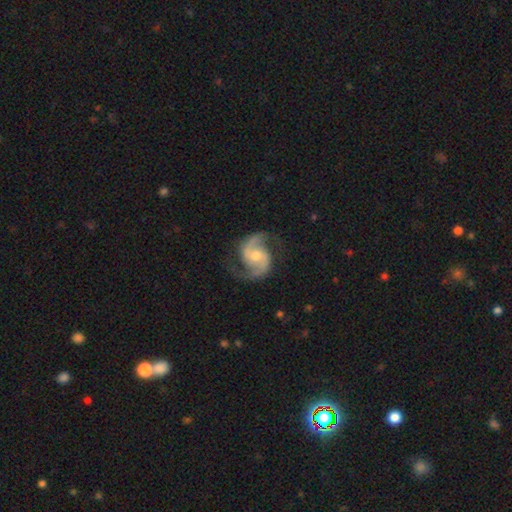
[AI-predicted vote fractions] A featured or disk galaxy (91%) with no bar (51%), 2 (94%) medium (58%) spiral arms (98%) and a moderate central bulge (60%). Merging: none (80%).